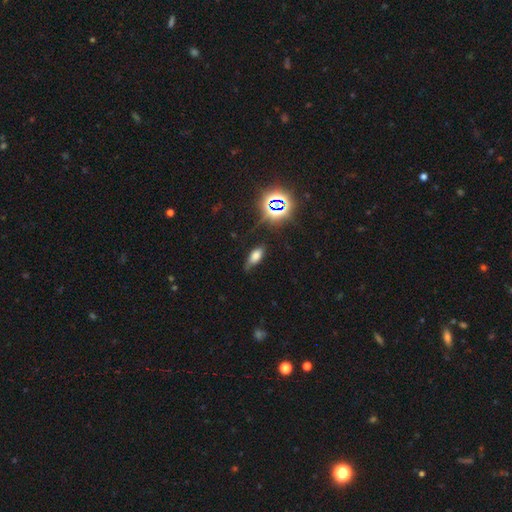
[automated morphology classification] smooth-or-featured: smooth: 65% | star or artifact: 22% | featured or disk: 14%
  how-rounded: in between: 83% | cigar-shaped: 12% | round: 5%
  merging: none: 69% | minor disturbance: 22% | major disturbance: 7% | merger: 2%